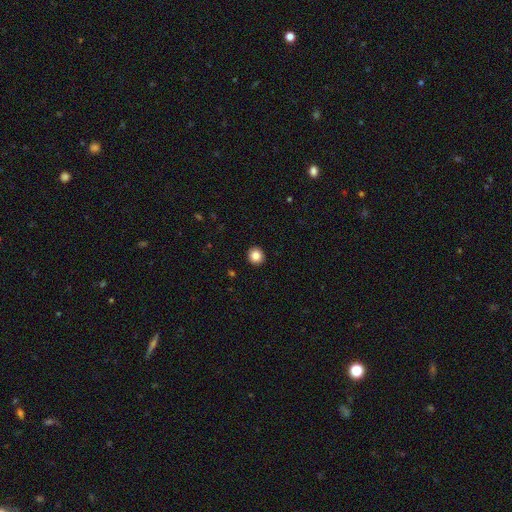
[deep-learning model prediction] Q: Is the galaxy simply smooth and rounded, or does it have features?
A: smooth — 86%.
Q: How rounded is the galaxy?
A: round — 91%.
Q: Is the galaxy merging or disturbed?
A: none — 93%.